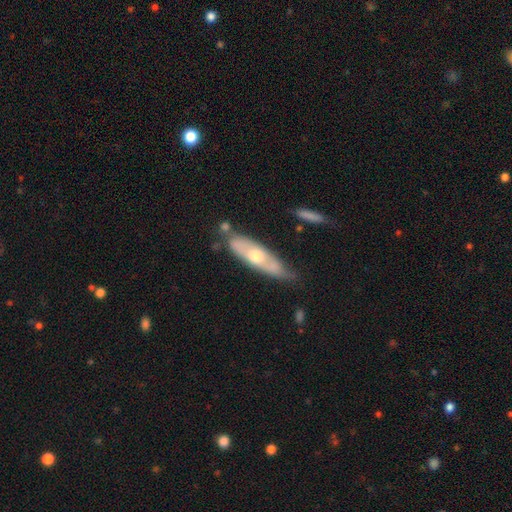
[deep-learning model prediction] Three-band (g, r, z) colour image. It shows a featured or disk galaxy (56%). Merging: none (61%).